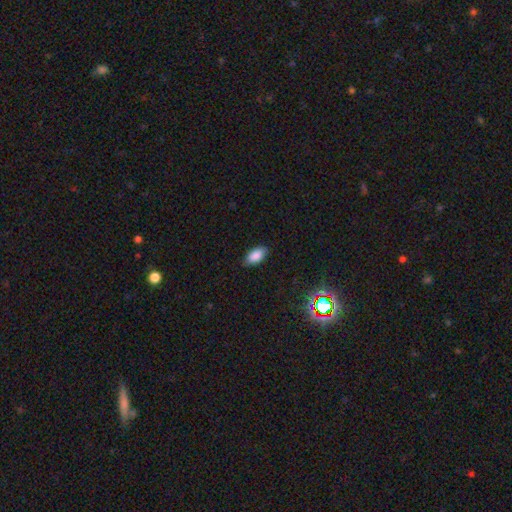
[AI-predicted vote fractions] Morphology: type=smooth (85%); roundness=in between (93%); merging=none (85%).